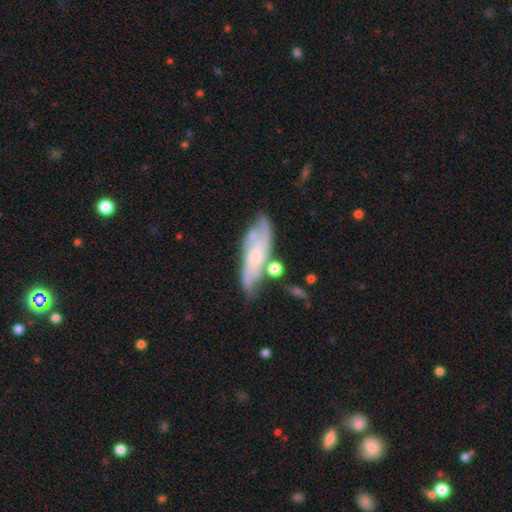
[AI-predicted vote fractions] The model was most divided on "bulge size": small: 49%, moderate: 30%, none: 15%, large: 5%, dominant: 2%. More confident: spiral arms — yes (87%); edge-on disk — no (81%); smooth or featured — featured or disk (67%); bar — no (66%); merging — none (59%).